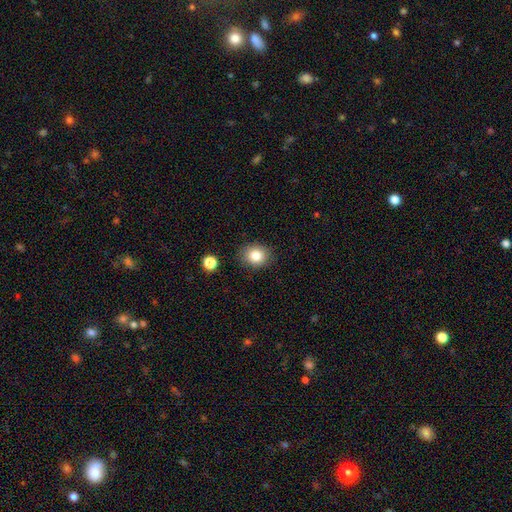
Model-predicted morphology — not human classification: smooth_or_featured: smooth (p=0.82) [alt: star or artifact p=0.10]
how_rounded: round (p=0.64) [alt: in between p=0.35]
merging: none (p=0.87) [alt: minor disturbance p=0.09]